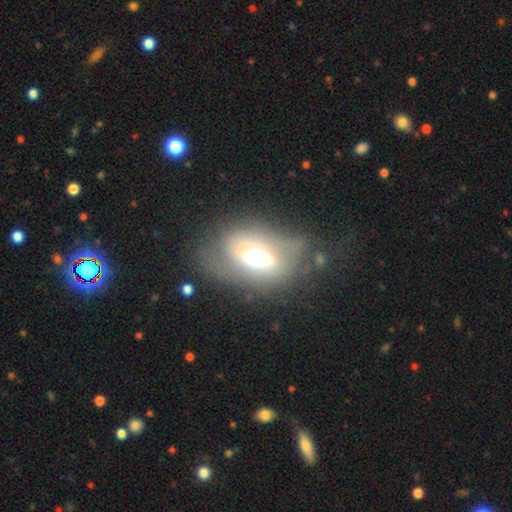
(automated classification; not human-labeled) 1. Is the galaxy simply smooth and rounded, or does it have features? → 44% featured or disk (tied), 44% smooth (tied), 13% star or artifact.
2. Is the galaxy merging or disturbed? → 50% none, 23% minor disturbance, 22% major disturbance, 5% merger.